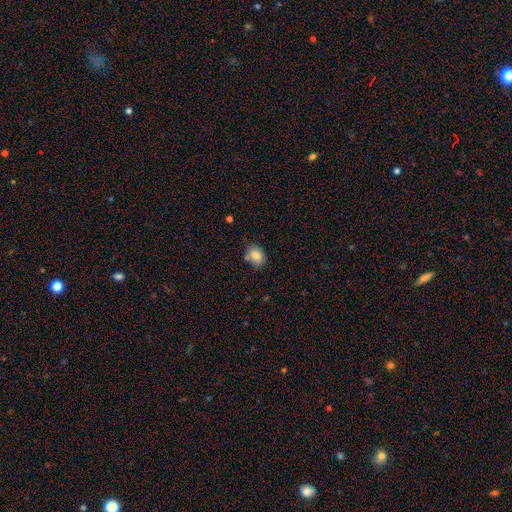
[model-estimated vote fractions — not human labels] smooth 84%, star or artifact 9%, featured or disk 7%. Down the decision tree: how rounded — in between (55%); merging — none (71%).